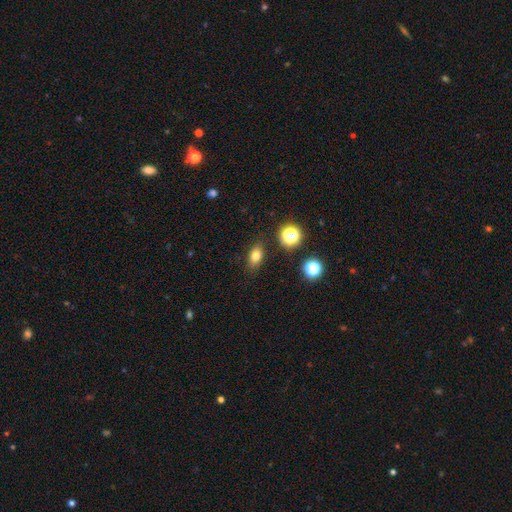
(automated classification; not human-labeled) Overall: smooth (76%). How rounded: in between (76%). Merging: none (85%).